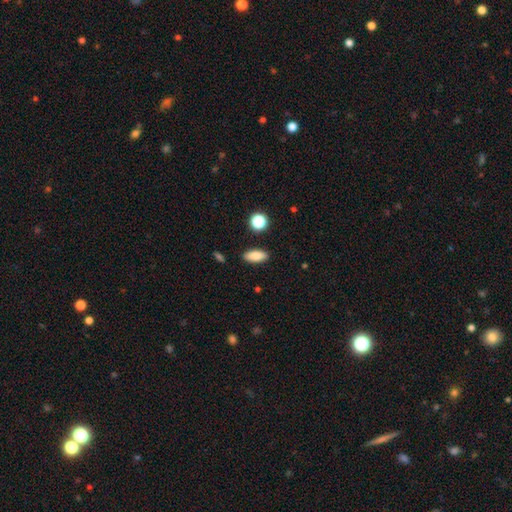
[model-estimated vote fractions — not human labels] Morphology: type=smooth (82%); roundness=in between (78%); merging=none (88%).